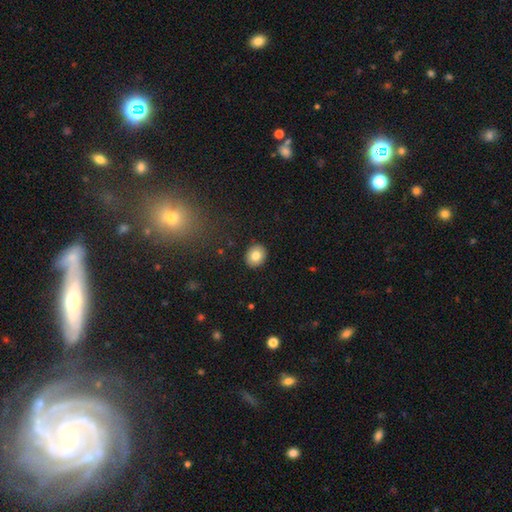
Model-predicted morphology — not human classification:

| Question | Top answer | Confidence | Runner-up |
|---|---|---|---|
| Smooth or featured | smooth | 80% | featured or disk (11%) |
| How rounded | round | 65% | in between (34%) |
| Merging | none | 91% | minor disturbance (6%) |